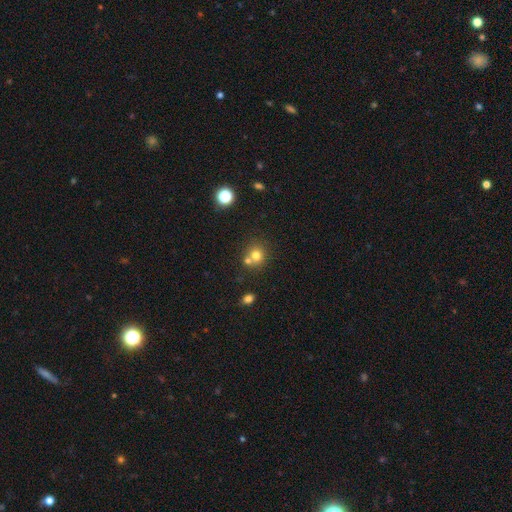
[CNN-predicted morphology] smooth 74%, star or artifact 15%, featured or disk 11%. Down the decision tree: how rounded — round (85%); merging — none (55%).